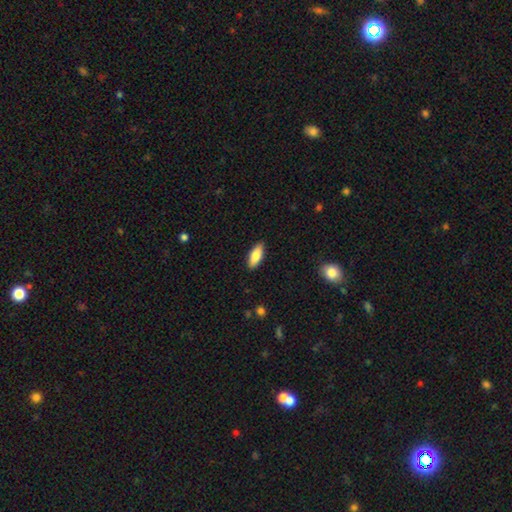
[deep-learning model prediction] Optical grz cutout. It shows a smooth galaxy with no disk features (83%) that is in between round and cigar-shaped (80%). Merging: none (88%).